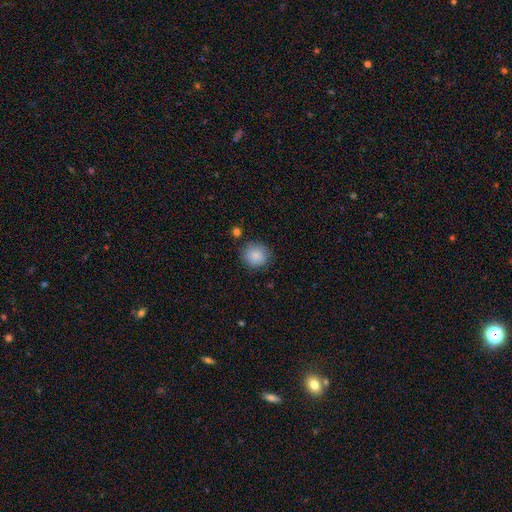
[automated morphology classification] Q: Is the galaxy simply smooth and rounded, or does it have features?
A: smooth — 87%.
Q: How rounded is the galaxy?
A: round — 90%.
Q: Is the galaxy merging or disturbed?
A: none — 84%.